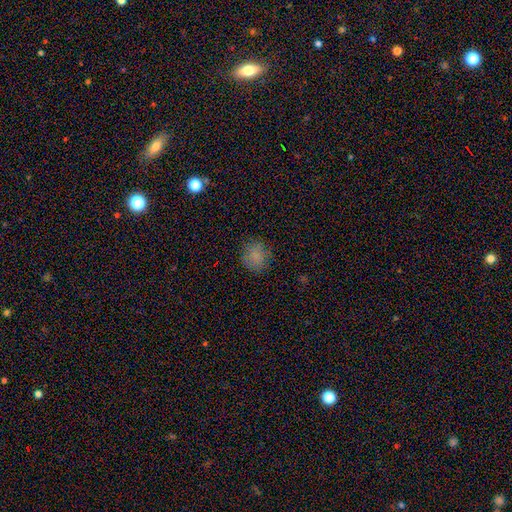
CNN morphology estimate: smooth-or-featured: smooth: 82% | star or artifact: 12% | featured or disk: 6%
  how-rounded: round: 84% | in between: 15% | cigar-shaped: 1%
  merging: none: 84% | minor disturbance: 12% | major disturbance: 3% | merger: 1%